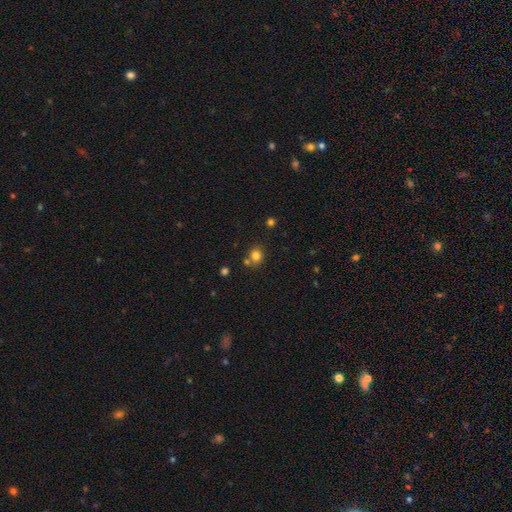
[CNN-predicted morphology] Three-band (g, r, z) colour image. It shows a smooth galaxy with no disk features (79%) that is round (71%). Merging: none (65%).